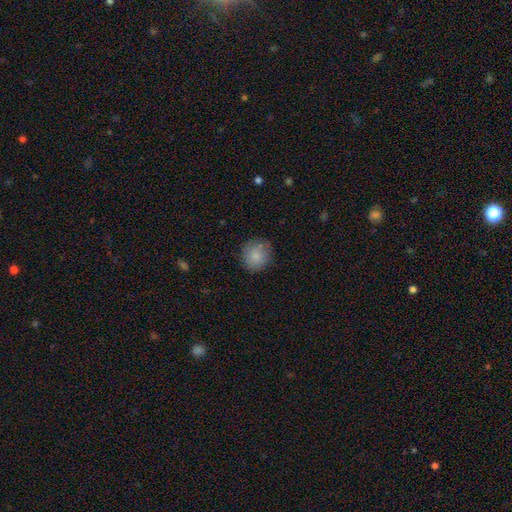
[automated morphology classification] Smooth or featured? Predicted: smooth (p=0.85). How rounded? Predicted: round (p=0.87). Merging? Predicted: none (p=0.81).